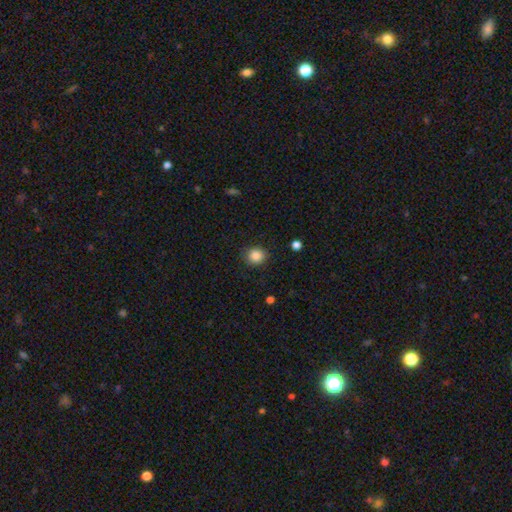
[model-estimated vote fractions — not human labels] The model was most divided on "how rounded": round: 83%, in between: 17%, cigar-shaped: 1%. More confident: merging — none (87%); smooth or featured — smooth (86%).